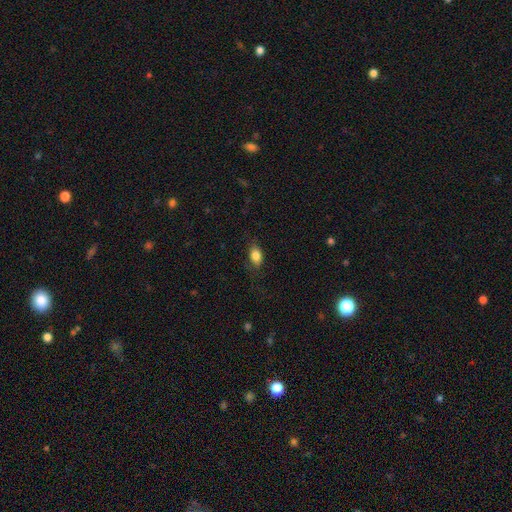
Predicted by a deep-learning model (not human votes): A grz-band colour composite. It shows a smooth galaxy with no disk features (84%) that is in between round and cigar-shaped (86%). Merging: none (77%).